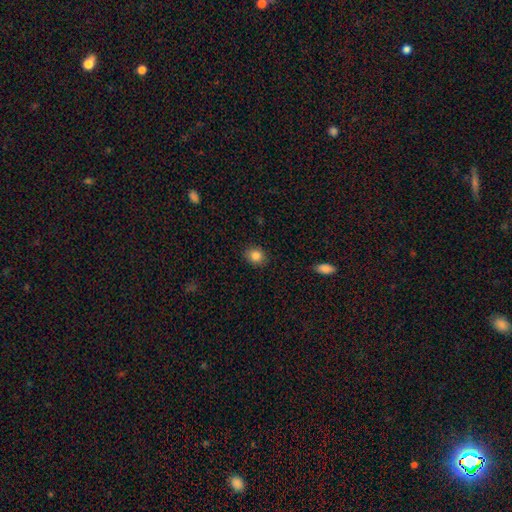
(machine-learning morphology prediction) smooth 85%, star or artifact 10%, featured or disk 5%. Down the decision tree: how rounded — round (67%); merging — none (89%).